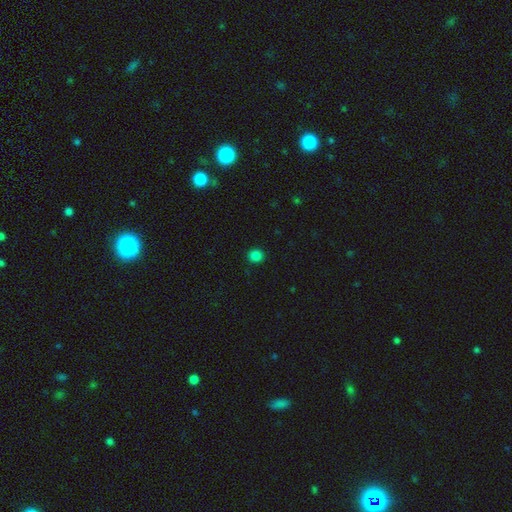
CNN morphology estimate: Smooth or featured? Predicted: smooth (p=0.84). How rounded? Predicted: round (p=0.88). Merging? Predicted: none (p=0.92).